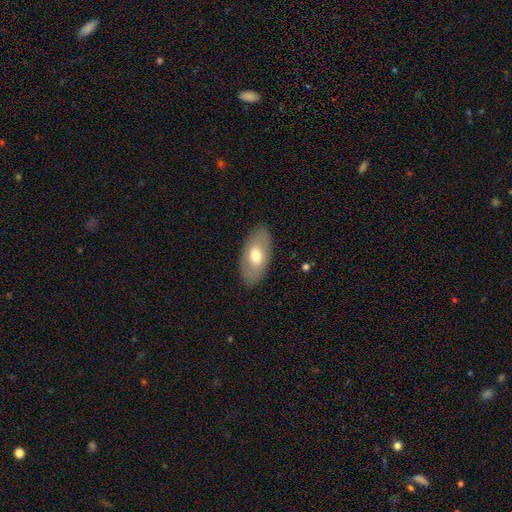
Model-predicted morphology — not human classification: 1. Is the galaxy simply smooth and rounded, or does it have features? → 63% smooth, 31% featured or disk, 6% star or artifact.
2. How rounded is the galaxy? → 92% in between, 4% cigar-shaped, 4% round.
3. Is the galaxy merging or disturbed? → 86% none, 10% minor disturbance, 3% major disturbance, 1% merger.